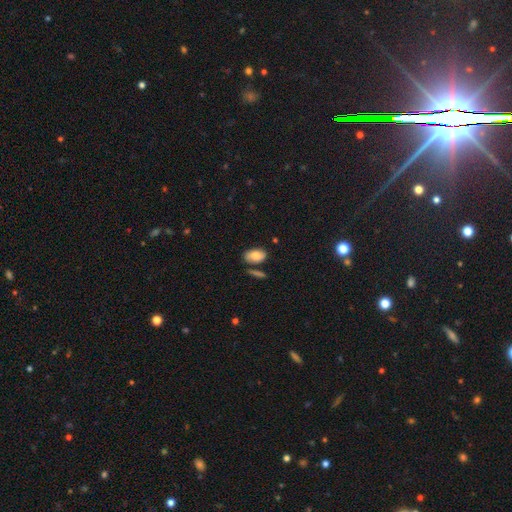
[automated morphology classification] Smooth or featured? Predicted: smooth (p=0.82). How rounded? Predicted: in between (p=0.93). Merging? Predicted: none (p=0.68).